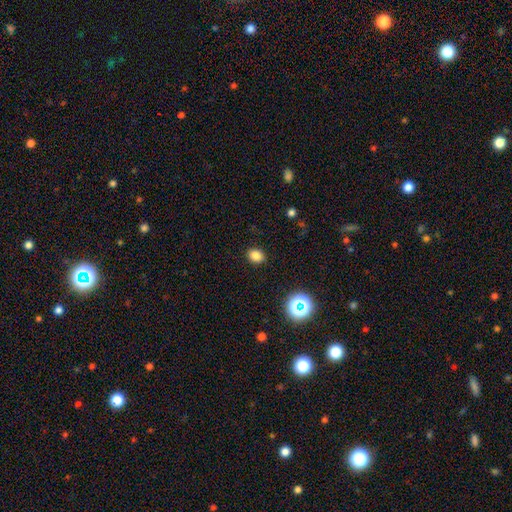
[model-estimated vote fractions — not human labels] Overall: smooth (81%). How rounded: in between (53%; round 46%). Merging: none (89%).